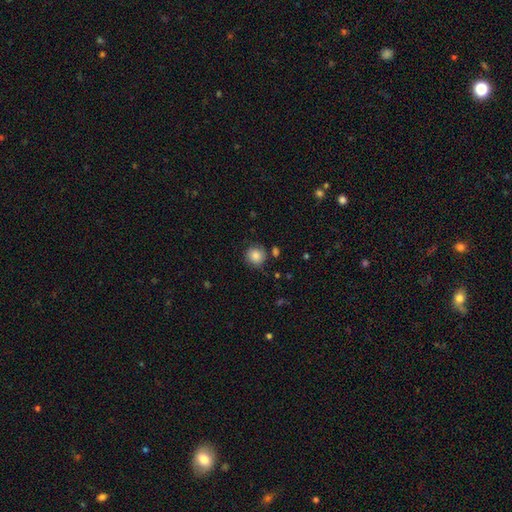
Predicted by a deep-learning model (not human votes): Q: Smooth or featured?
A: smooth (83%); runner-up: star or artifact (9%)
Q: How rounded?
A: round (90%); runner-up: in between (9%)
Q: Merging?
A: none (77%); runner-up: minor disturbance (15%)